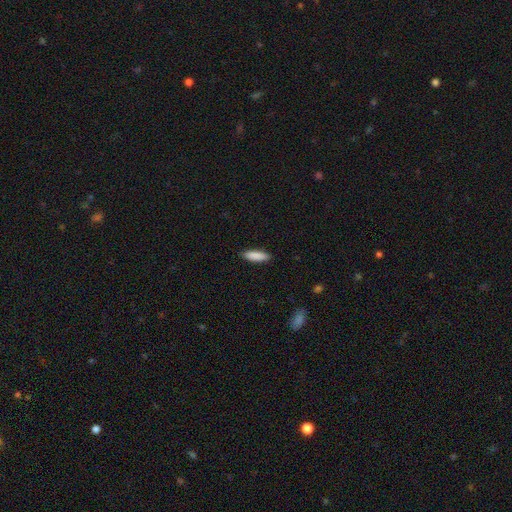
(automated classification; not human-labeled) A smooth galaxy with no disk features (88%) that is cigar-shaped (53%). Merging: none (89%).